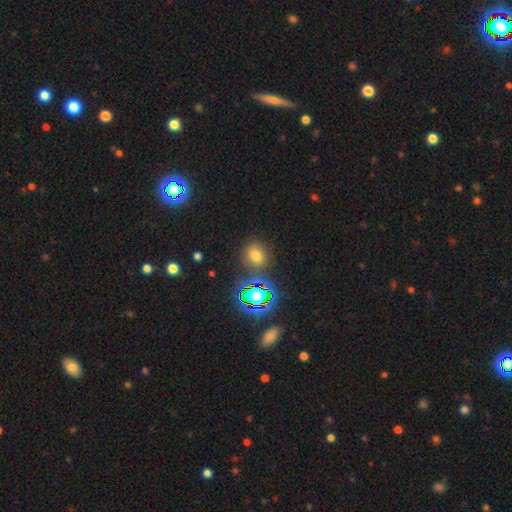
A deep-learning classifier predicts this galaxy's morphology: Smooth or featured?
  - smooth: 64% *
  - star or artifact: 28%
  - featured or disk: 8%
How rounded?
  - round: 71% *
  - in between: 28%
  - cigar-shaped: 2%
Merging?
  - none: 82% *
  - minor disturbance: 10%
  - merger: 5%
  - major disturbance: 4%